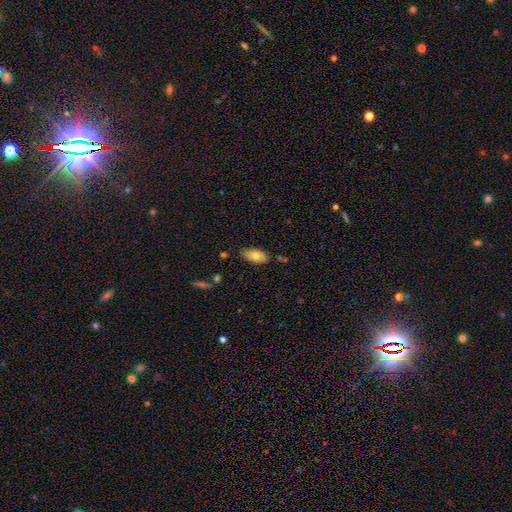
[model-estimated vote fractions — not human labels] Smooth or featured: smooth — 78% (featured or disk — 15%)
How rounded: in between — 91% (cigar-shaped — 6%)
Merging: none — 83% (minor disturbance — 13%)